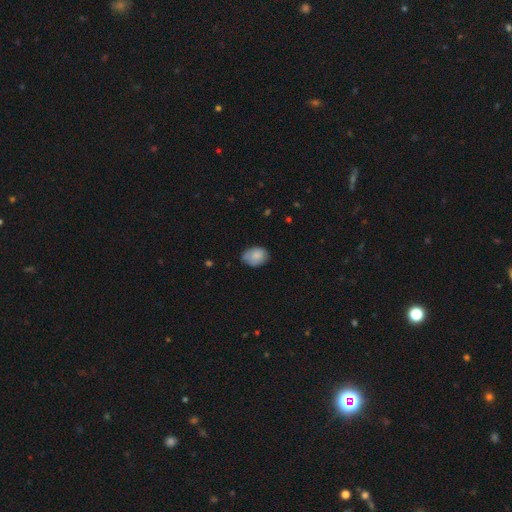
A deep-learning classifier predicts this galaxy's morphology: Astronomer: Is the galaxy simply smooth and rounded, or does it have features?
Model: smooth — 83%.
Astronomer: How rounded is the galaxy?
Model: in between — 73%.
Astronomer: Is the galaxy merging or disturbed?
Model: none — 64%.